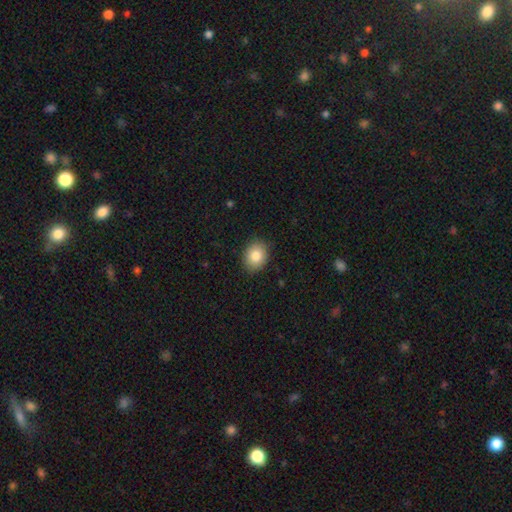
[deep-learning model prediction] This appears to be a smooth galaxy with no disk features (84%) that is in between round and cigar-shaped (51%). Merging: none (88%).